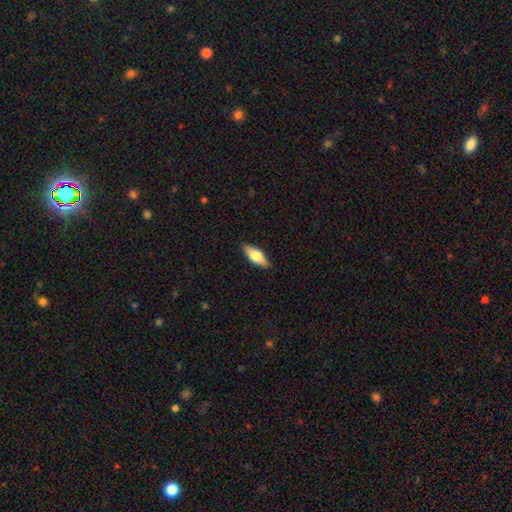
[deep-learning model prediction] This appears to be a smooth galaxy with no disk features (65%) that is in between round and cigar-shaped (69%). Merging: none (88%).